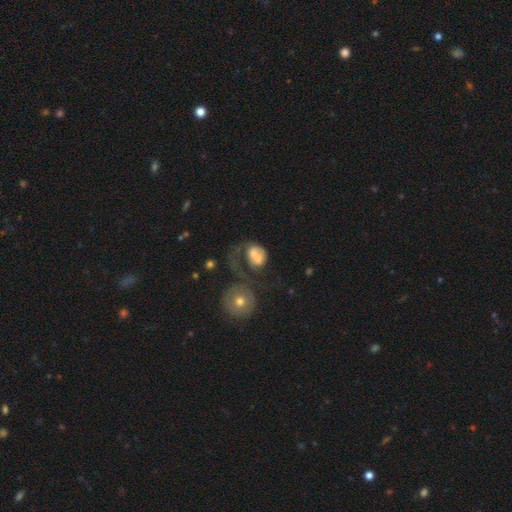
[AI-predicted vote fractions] Morphology: type=smooth (51%); roundness=round (51%); merging=merger (40%).